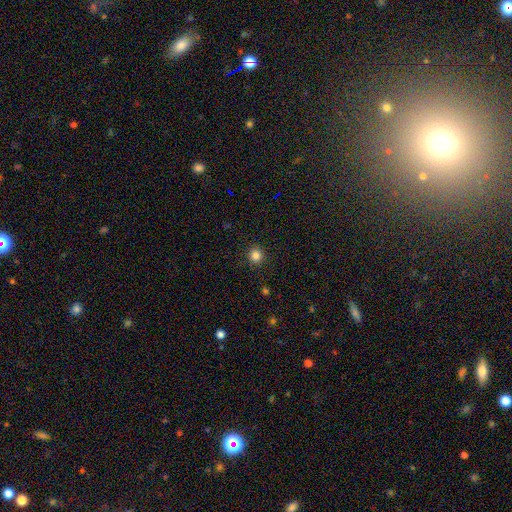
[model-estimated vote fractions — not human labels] Morphology: type=smooth (84%); roundness=round (92%); merging=none (91%).